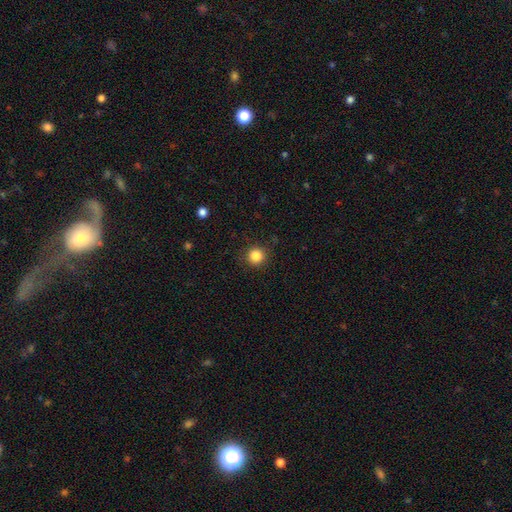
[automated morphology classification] Smooth or featured: smooth — 85% (star or artifact — 11%)
How rounded: round — 93% (in between — 6%)
Merging: none — 89% (minor disturbance — 8%)